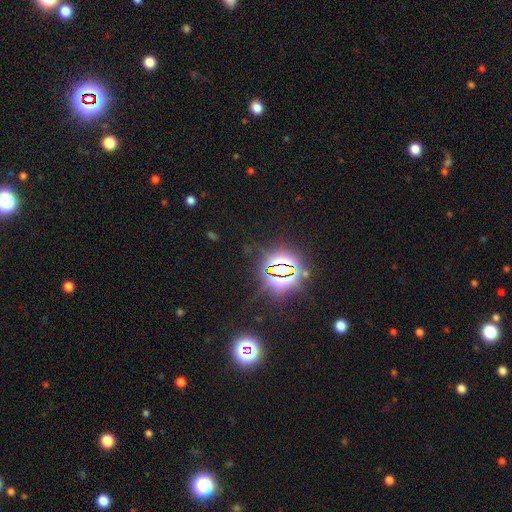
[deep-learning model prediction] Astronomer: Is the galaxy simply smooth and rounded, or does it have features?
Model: star or artifact — 83%.